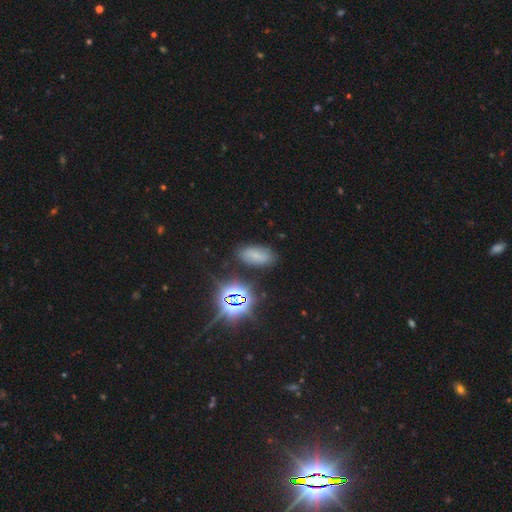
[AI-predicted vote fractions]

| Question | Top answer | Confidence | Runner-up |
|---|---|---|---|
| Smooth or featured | smooth | 54% | star or artifact (30%) |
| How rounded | in between | 90% | round (5%) |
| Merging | none | 79% | minor disturbance (14%) |